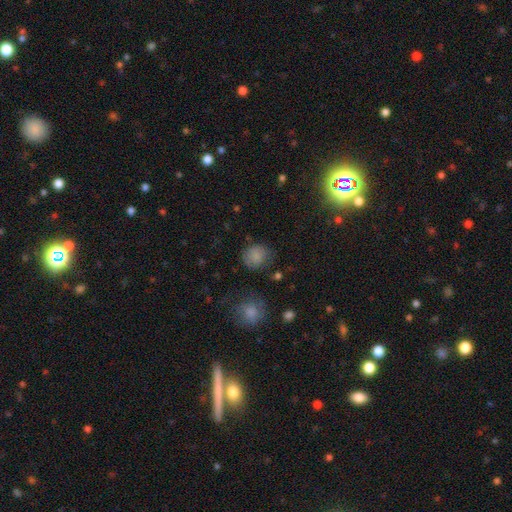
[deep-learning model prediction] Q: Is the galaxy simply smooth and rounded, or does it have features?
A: smooth — 81%.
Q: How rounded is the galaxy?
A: round — 83%.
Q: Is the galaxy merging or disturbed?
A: none — 73%.